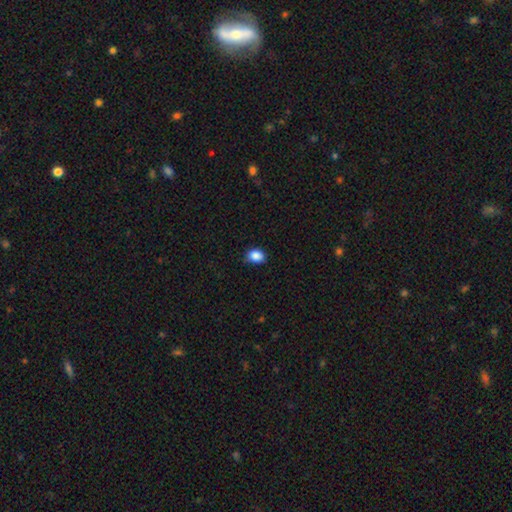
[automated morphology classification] smooth-or-featured: smooth: 87% | star or artifact: 9% | featured or disk: 3%
  how-rounded: in between: 64% | round: 35% | cigar-shaped: 1%
  merging: none: 80% | minor disturbance: 16% | major disturbance: 2% | merger: 1%